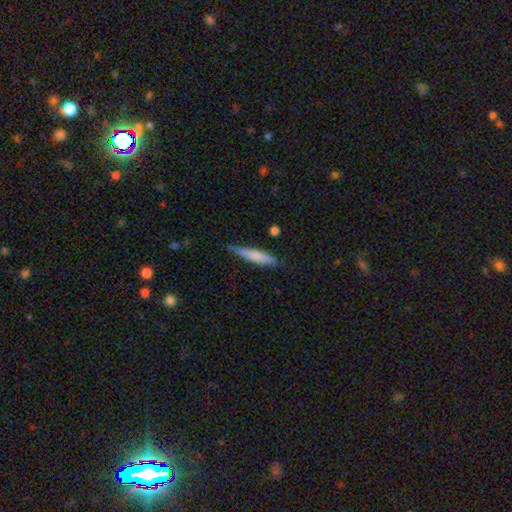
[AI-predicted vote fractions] Q: Smooth or featured?
A: smooth (70%); runner-up: featured or disk (24%)
Q: How rounded?
A: cigar-shaped (89%); runner-up: in between (10%)
Q: Merging?
A: none (72%); runner-up: minor disturbance (22%)